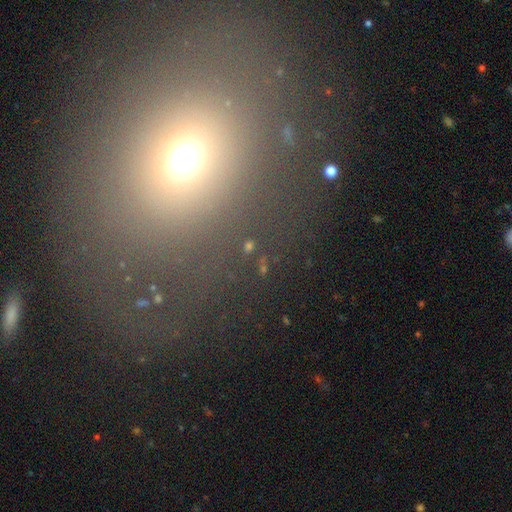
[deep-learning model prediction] Smooth or featured?
  - smooth: 57% *
  - star or artifact: 24%
  - featured or disk: 19%
How rounded?
  - round: 56% *
  - in between: 43%
  - cigar-shaped: 1%
Merging?
  - none: 72% *
  - minor disturbance: 13%
  - major disturbance: 12%
  - merger: 3%